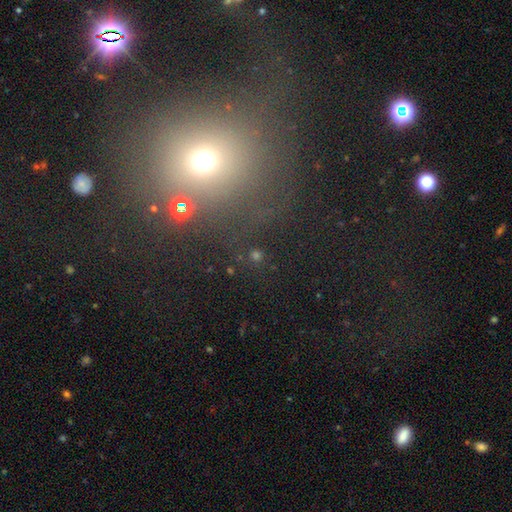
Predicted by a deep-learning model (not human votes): Overall: star or artifact (49%; smooth 40%).